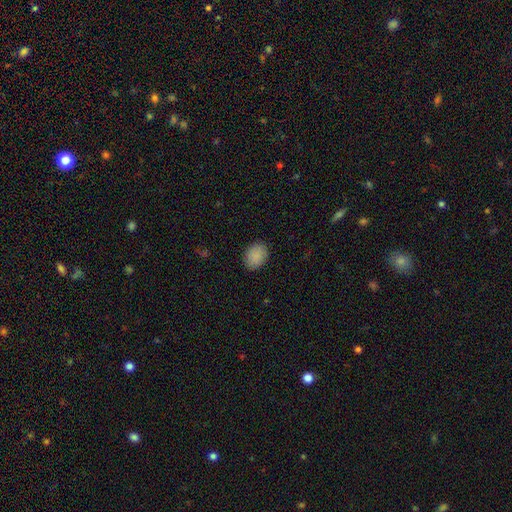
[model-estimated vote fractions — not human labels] The model was most divided on "how rounded": in between: 67%, round: 32%, cigar-shaped: 1%. More confident: smooth or featured — smooth (89%); merging — none (87%).